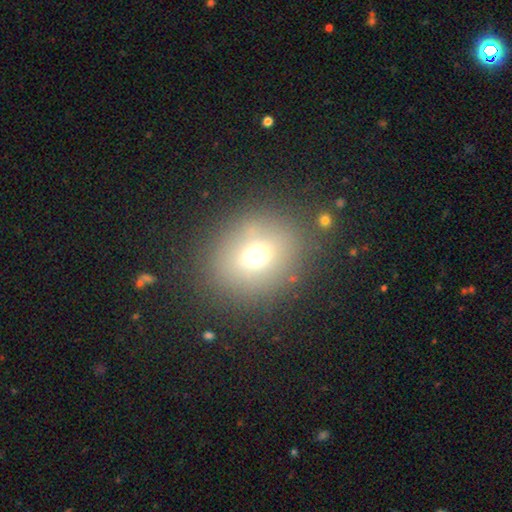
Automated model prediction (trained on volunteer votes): smooth 67%, star or artifact 18%, featured or disk 15%. Down the decision tree: how rounded — round (67%); merging — none (82%).